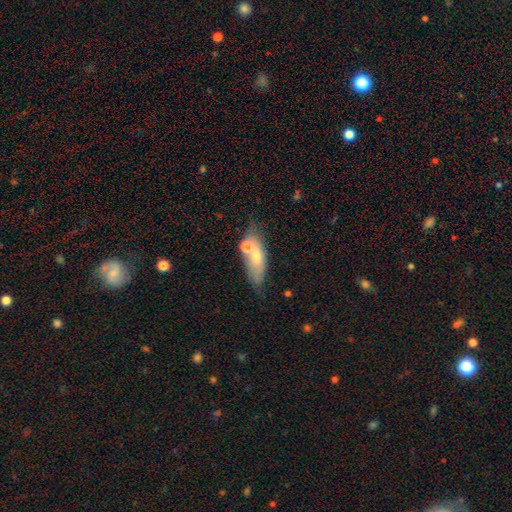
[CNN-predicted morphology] A smooth galaxy with no disk features (59%) that is in between round and cigar-shaped (67%). Merging: none (57%).